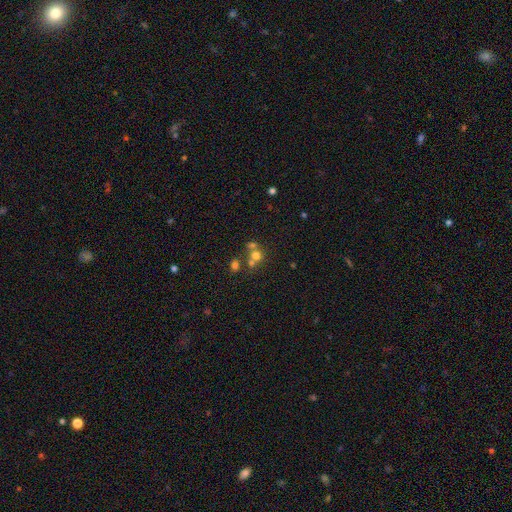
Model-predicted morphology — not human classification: A smooth galaxy with no disk features (63%) that is round (81%).

Vote fractions:
- Smooth or featured? smooth: 63% / star or artifact: 20% / featured or disk: 17%
- How rounded? round: 81% / in between: 18% / cigar-shaped: 1%
- Merging? merger: 46% / none: 43% / minor disturbance: 7% / major disturbance: 4%